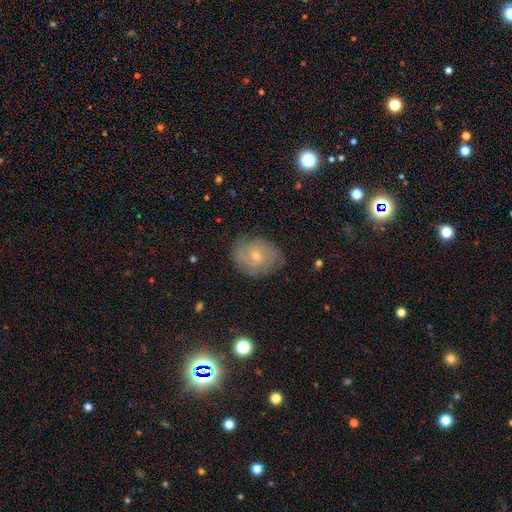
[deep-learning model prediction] Smooth or featured? featured or disk (67%)
Edge-on disk? no (97%)
Bar? no (61%)
Spiral arms? yes (87%)
Spiral winding? tight (57%)
Spiral arm count? 2 (49%)
Bulge size? small (65%)
Merging? none (79%)